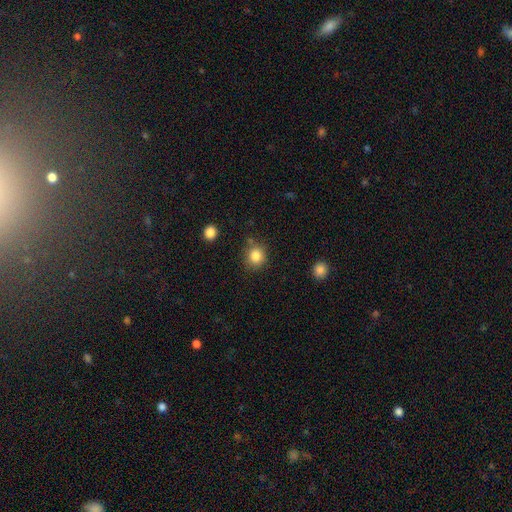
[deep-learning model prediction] Smooth or featured? smooth (85%)
How rounded? round (85%)
Merging? none (79%)